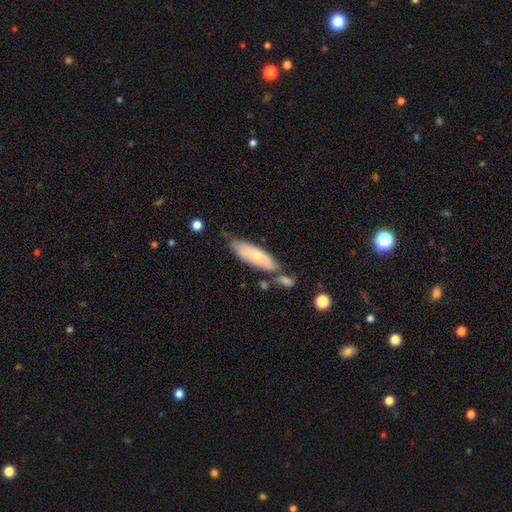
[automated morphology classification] A smooth galaxy with no disk features (66%) that is in between round and cigar-shaped (50%). Merging: none (53%).